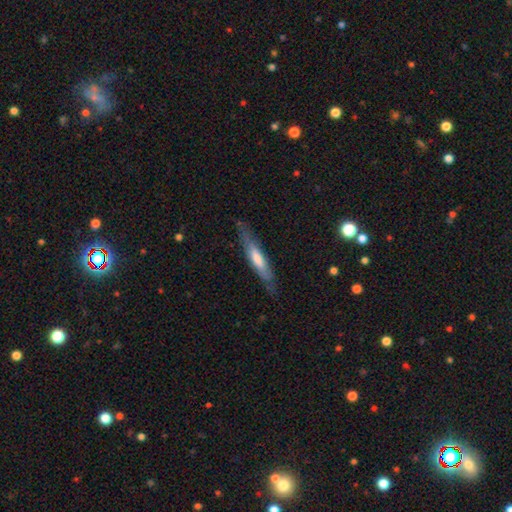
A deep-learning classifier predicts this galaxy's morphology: smooth_or_featured: smooth (p=0.47) [tied with: featured or disk p=0.47]
merging: none (p=0.78) [alt: minor disturbance p=0.16]